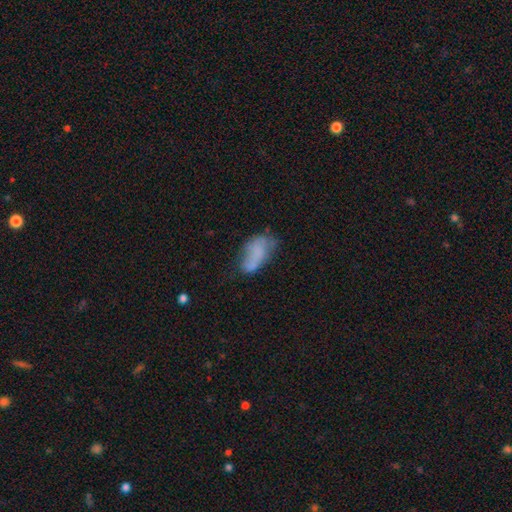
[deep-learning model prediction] The model was most divided on "merging": none: 35%, minor disturbance: 30%, major disturbance: 20%, merger: 14%. More confident: how rounded — in between (91%); smooth or featured — smooth (61%).